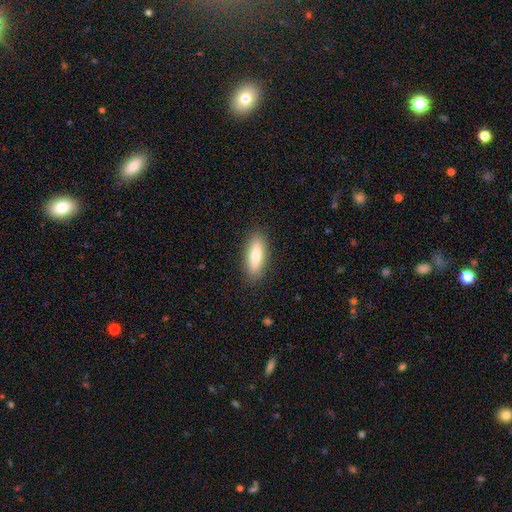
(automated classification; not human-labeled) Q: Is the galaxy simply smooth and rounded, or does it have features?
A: smooth — 71%.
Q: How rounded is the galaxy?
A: in between — 56%.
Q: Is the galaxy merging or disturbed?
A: none — 88%.